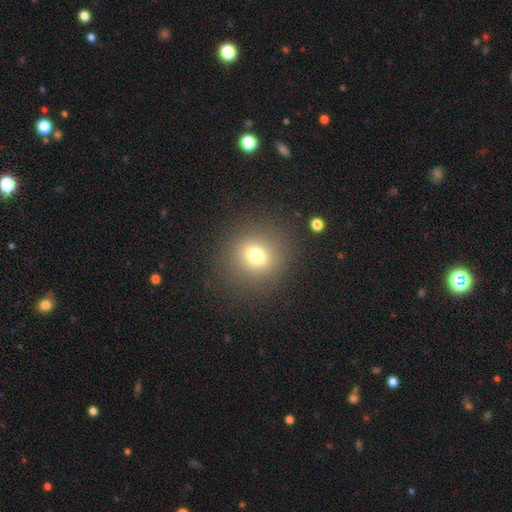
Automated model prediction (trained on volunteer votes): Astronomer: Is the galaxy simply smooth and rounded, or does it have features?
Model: smooth — 66%.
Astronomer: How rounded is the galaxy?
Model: round — 71%.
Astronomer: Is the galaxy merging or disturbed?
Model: none — 86%.